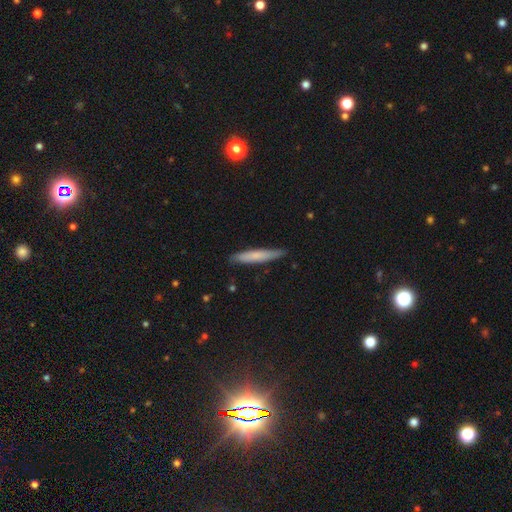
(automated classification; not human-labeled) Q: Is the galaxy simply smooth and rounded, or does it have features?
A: smooth — 70%.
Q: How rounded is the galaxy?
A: cigar-shaped — 93%.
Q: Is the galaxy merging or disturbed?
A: none — 85%.